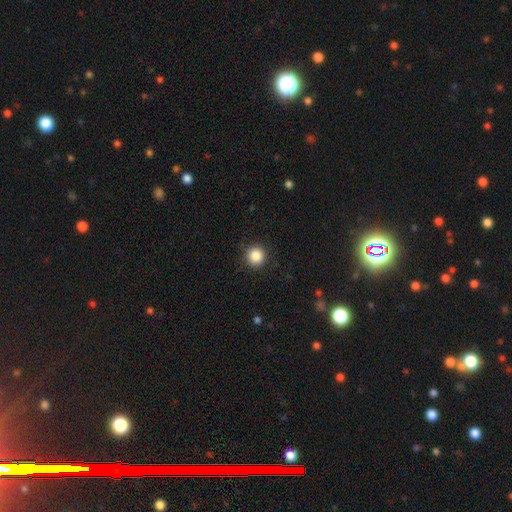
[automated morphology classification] The model was most divided on "smooth or featured": smooth: 86%, star or artifact: 10%, featured or disk: 4%. More confident: how rounded — round (94%); merging — none (90%).